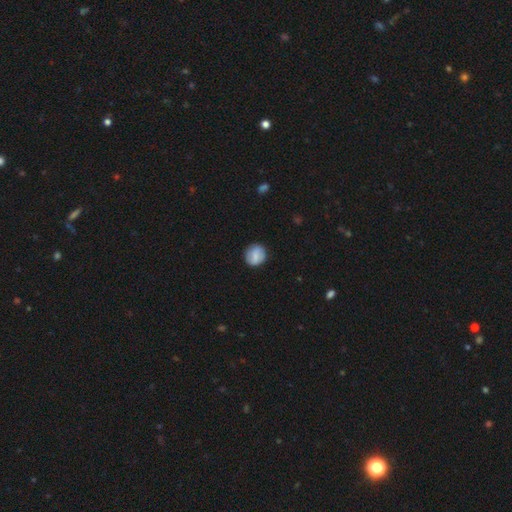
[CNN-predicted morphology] Smooth or featured: smooth — 70% (featured or disk — 23%)
How rounded: round — 86% (in between — 13%)
Merging: none — 86% (minor disturbance — 10%)